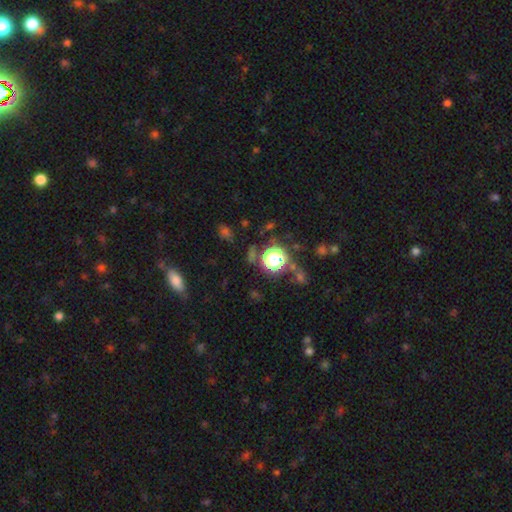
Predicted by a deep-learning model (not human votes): Smooth or featured? Predicted: star or artifact (p=0.57).